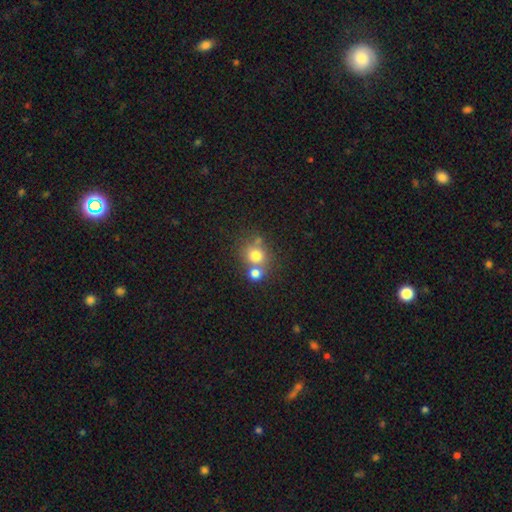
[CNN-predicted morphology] The model was most divided on "merging": none: 49%, merger: 40%, minor disturbance: 8%, major disturbance: 3%. More confident: how rounded — round (83%); smooth or featured — smooth (73%).